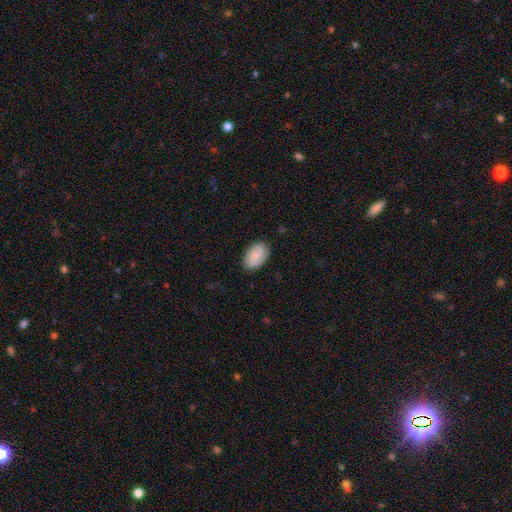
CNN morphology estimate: Smooth or featured? Predicted: smooth (p=0.71). How rounded? Predicted: in between (p=0.91). Merging? Predicted: none (p=0.80).